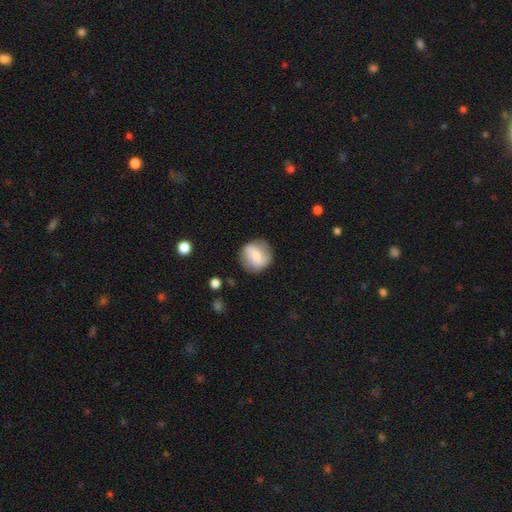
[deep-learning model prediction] Overall: smooth (58%; featured or disk 35%). How rounded: round (84%). Merging: none (79%).